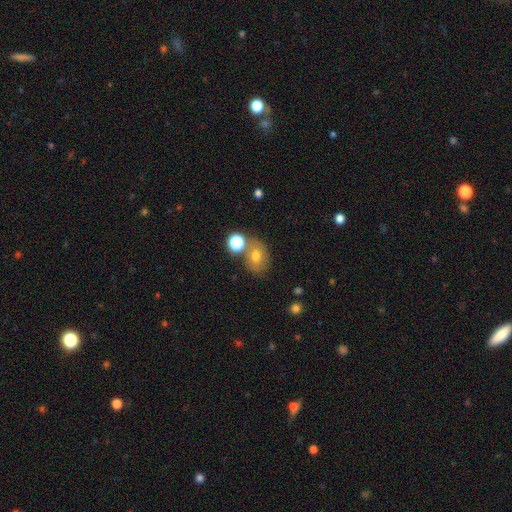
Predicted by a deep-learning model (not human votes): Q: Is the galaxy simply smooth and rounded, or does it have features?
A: smooth — 69%.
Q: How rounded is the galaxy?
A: in between — 55%.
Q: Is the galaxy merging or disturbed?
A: none — 58%.